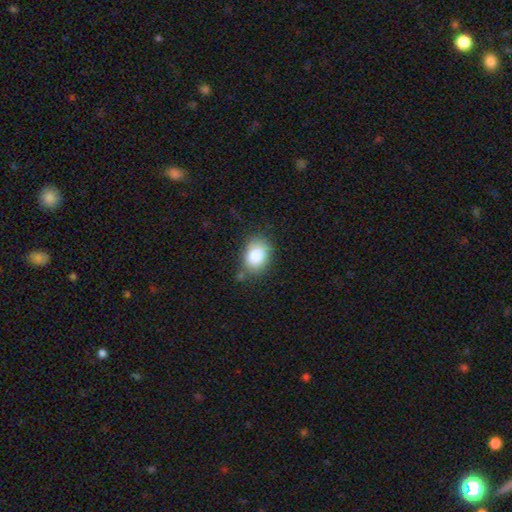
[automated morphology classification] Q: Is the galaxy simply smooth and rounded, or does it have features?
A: smooth — 84%.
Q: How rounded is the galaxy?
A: in between — 71%.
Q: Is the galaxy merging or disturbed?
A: none — 71%.